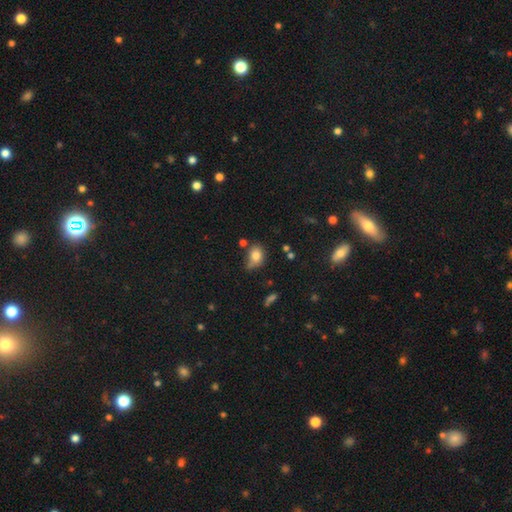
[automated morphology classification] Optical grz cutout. It shows a smooth galaxy with no disk features (79%) that is in between round and cigar-shaped (61%). Merging: none (47%).